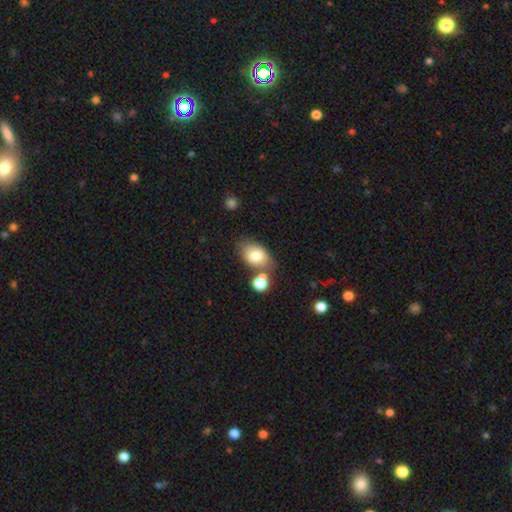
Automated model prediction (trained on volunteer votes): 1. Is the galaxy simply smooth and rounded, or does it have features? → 79% smooth, 13% featured or disk, 8% star or artifact.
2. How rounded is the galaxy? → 84% in between, 14% round, 1% cigar-shaped.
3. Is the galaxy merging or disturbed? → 57% none, 20% merger, 17% minor disturbance, 6% major disturbance.